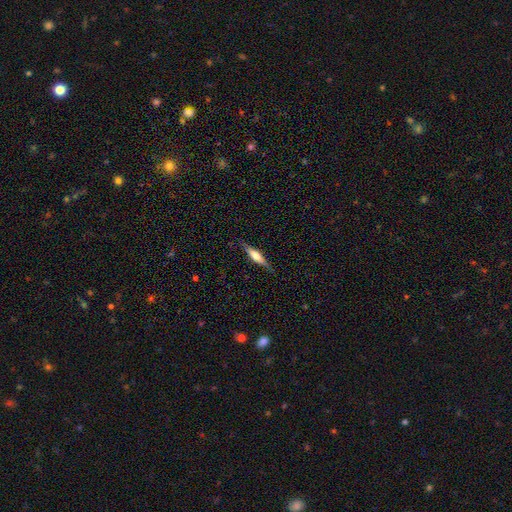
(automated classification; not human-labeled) Morphology: type=featured or disk (56%); edge-on=yes (95%); edge-on bulge=rounded (76%); merging=none (85%).